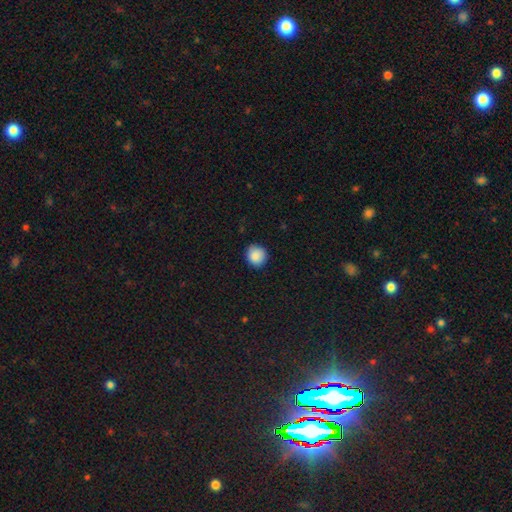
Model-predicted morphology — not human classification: type=smooth (88%); roundness=round (89%); merging=none (88%).